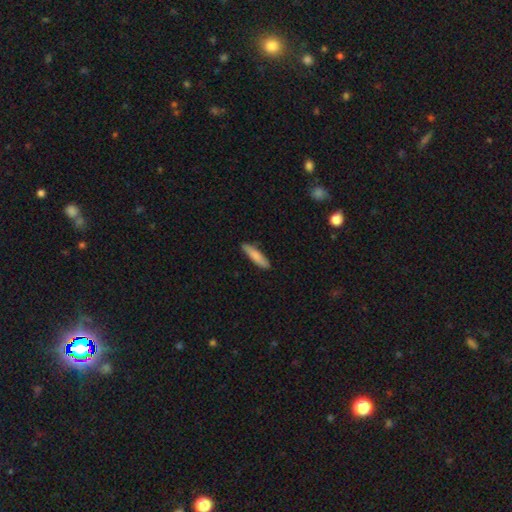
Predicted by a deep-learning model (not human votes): Overall: smooth (81%). How rounded: cigar-shaped (82%). Merging: none (87%).